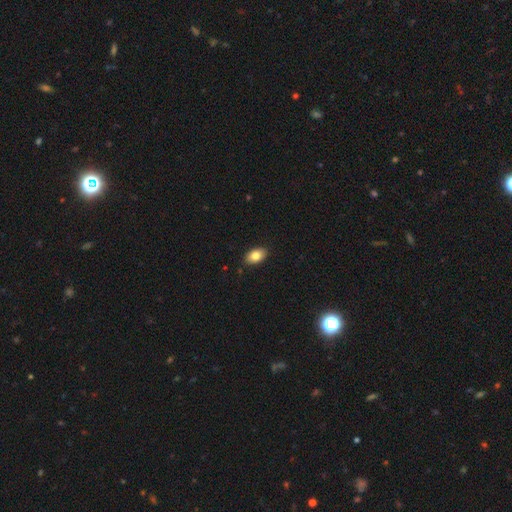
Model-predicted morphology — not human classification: Q: Smooth or featured?
A: smooth (83%); runner-up: featured or disk (9%)
Q: How rounded?
A: in between (90%); runner-up: round (9%)
Q: Merging?
A: none (89%); runner-up: minor disturbance (9%)